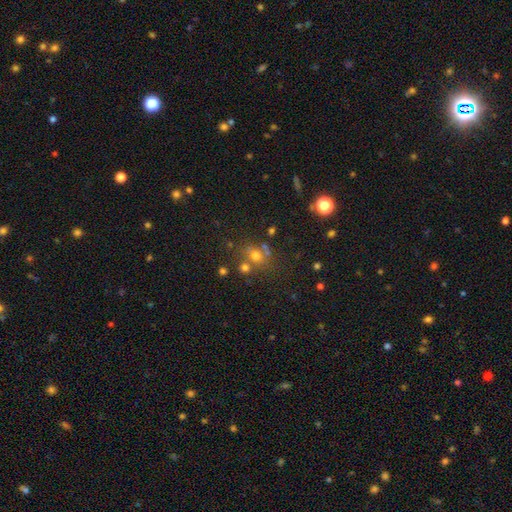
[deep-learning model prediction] This appears to be a smooth galaxy with no disk features (55%) that is round (74%). Merging: none (58%).